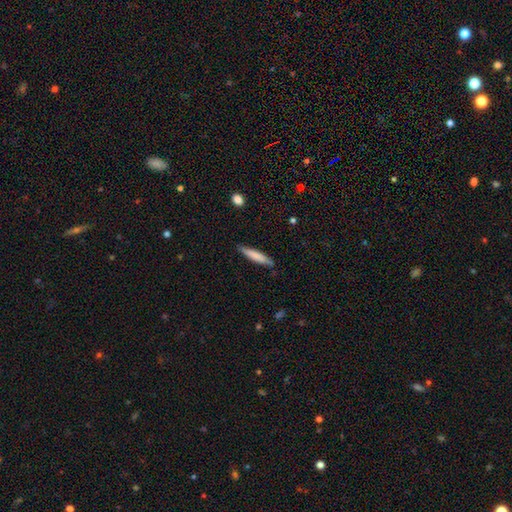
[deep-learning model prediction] Smooth or featured?
  - smooth: 76% *
  - featured or disk: 19%
  - star or artifact: 5%
How rounded?
  - cigar-shaped: 90% *
  - in between: 9%
  - round: 1%
Merging?
  - none: 84% *
  - minor disturbance: 13%
  - major disturbance: 2%
  - merger: 2%